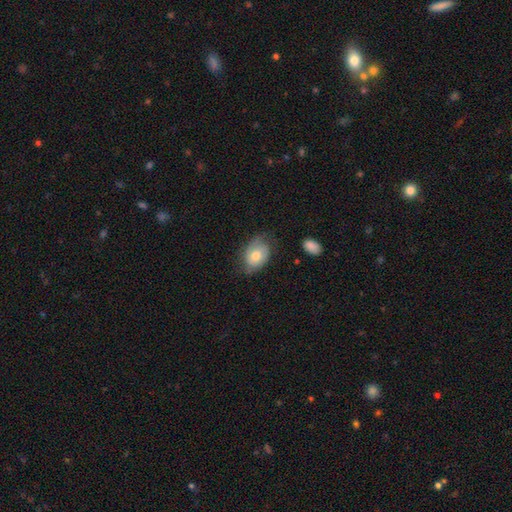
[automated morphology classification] smooth_or_featured: smooth (p=0.50) [alt: featured or disk p=0.43]
merging: none (p=0.60) [alt: minor disturbance p=0.28]